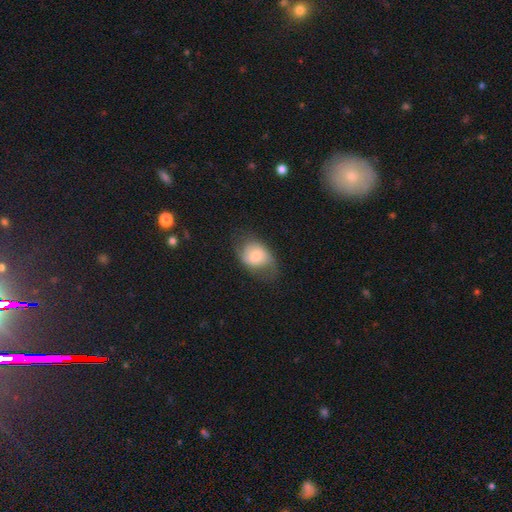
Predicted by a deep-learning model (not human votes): The model was most divided on "merging": none: 51%, minor disturbance: 30%, major disturbance: 17%, merger: 1%. More confident: smooth or featured — smooth (67%); how rounded — in between (65%).